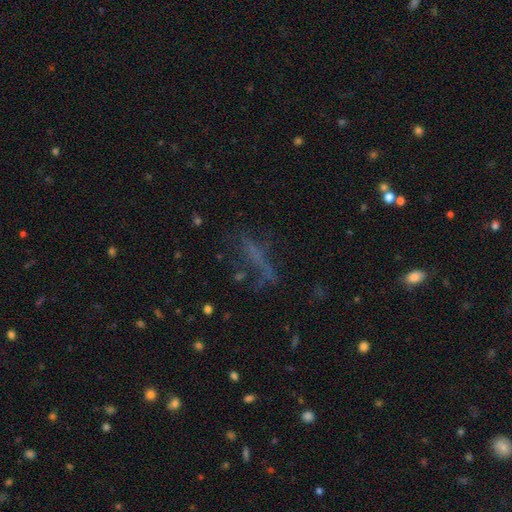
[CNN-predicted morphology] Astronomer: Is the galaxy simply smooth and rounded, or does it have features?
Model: smooth — 45% (runner-up: featured or disk, 29%).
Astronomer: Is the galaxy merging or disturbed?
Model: none — 50%.